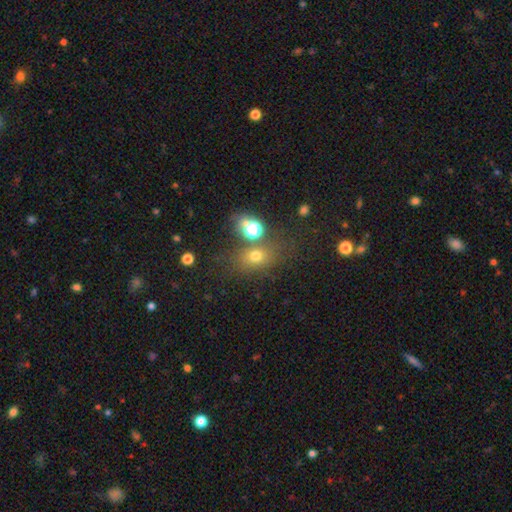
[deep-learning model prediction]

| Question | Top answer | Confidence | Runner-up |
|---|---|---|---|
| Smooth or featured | smooth | 64% | star or artifact (24%) |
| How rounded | in between | 52% | round (46%) |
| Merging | none | 64% | merger (15%) |